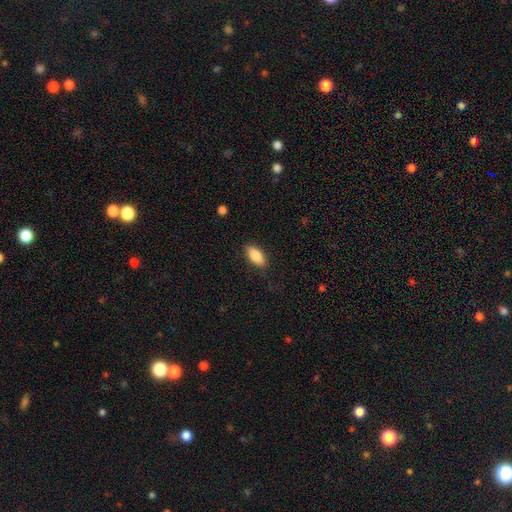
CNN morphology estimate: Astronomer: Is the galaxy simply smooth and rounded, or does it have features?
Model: smooth — 84%.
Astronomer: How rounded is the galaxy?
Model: in between — 84%.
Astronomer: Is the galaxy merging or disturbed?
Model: none — 83%.